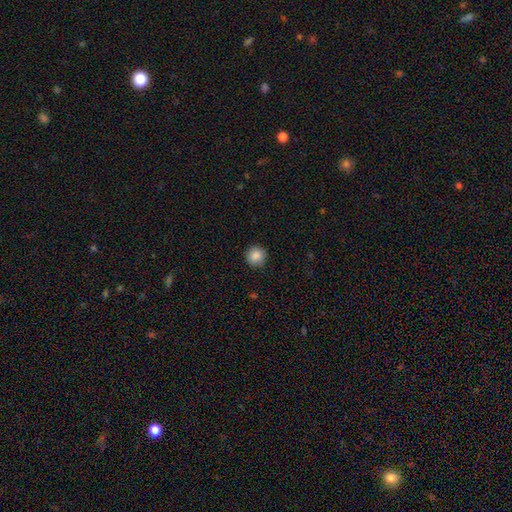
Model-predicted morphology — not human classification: Overall: smooth (87%). How rounded: round (95%). Merging: none (91%).